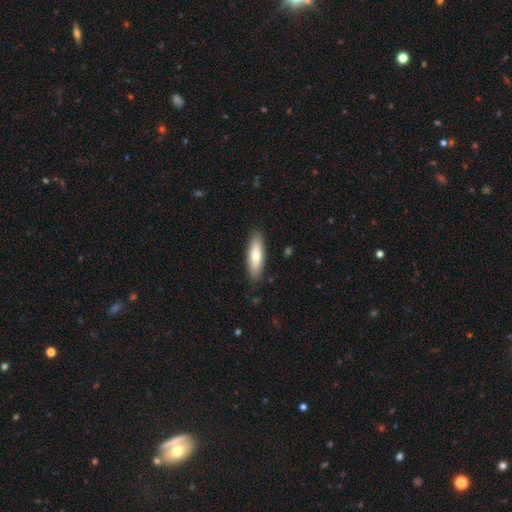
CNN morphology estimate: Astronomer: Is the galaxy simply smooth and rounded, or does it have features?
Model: smooth — 71%.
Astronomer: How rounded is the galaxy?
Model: cigar-shaped — 56% (runner-up: in between, 42%).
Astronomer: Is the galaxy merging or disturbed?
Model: none — 88%.